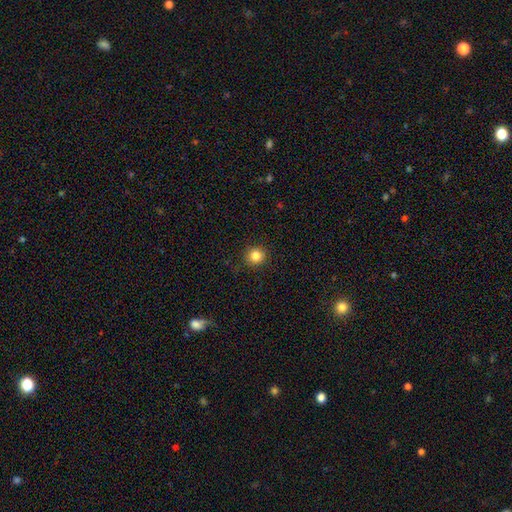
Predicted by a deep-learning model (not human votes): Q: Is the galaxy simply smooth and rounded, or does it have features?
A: smooth — 84%.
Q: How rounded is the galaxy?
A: round — 92%.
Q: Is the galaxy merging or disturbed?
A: none — 91%.